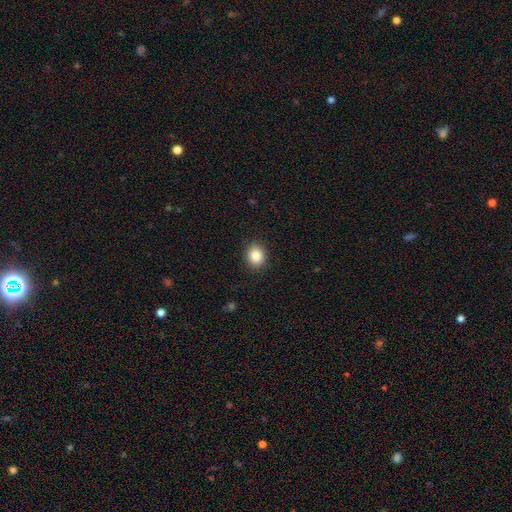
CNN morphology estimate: The model was most divided on "how rounded": round: 55%, in between: 44%, cigar-shaped: 1%. More confident: merging — none (90%); smooth or featured — smooth (86%).